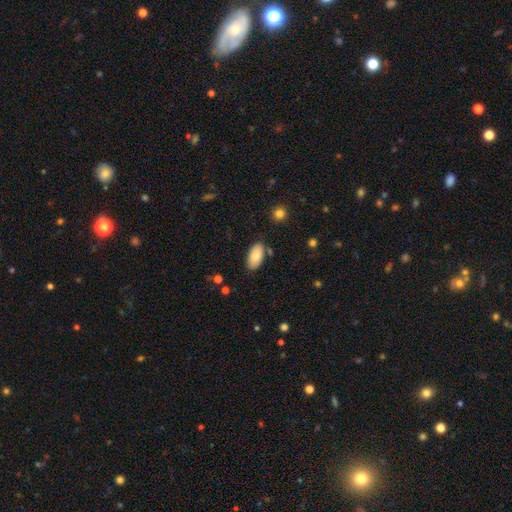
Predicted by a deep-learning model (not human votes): This appears to be a smooth galaxy with no disk features (81%) that is in between round and cigar-shaped (95%). Merging: none (81%).